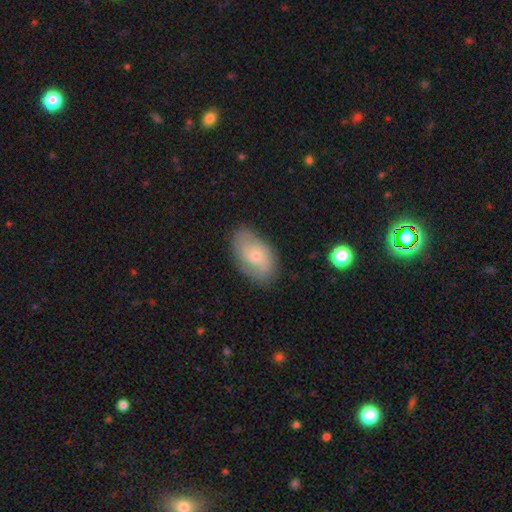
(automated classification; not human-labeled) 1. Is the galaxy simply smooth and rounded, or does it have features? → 46% smooth (tied), 46% featured or disk (tied), 8% star or artifact.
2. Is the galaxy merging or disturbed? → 77% none, 18% minor disturbance, 4% major disturbance, 1% merger.